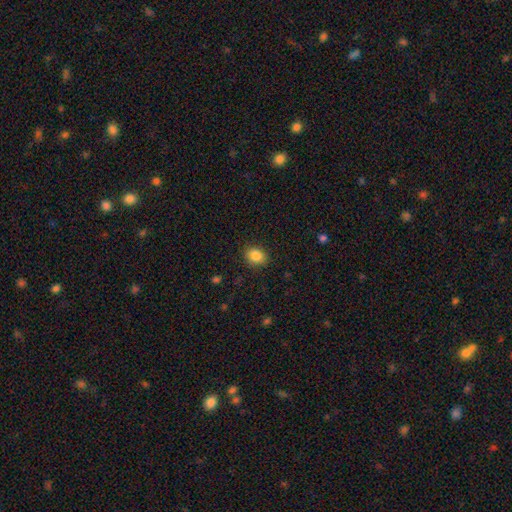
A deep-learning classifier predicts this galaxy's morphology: smooth-or-featured: smooth: 86% | star or artifact: 9% | featured or disk: 4%
  how-rounded: in between: 53% | round: 46% | cigar-shaped: 1%
  merging: none: 88% | minor disturbance: 8% | major disturbance: 3% | merger: 1%